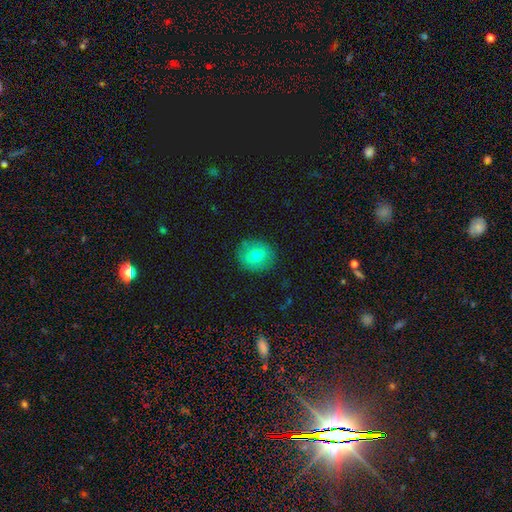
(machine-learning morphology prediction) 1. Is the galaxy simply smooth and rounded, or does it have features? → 73% smooth, 18% featured or disk, 9% star or artifact.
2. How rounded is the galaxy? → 75% round, 24% in between, 1% cigar-shaped.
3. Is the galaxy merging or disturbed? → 84% none, 11% minor disturbance, 3% major disturbance, 1% merger.